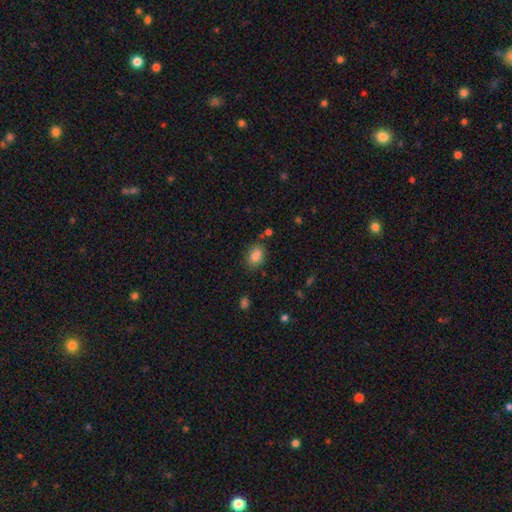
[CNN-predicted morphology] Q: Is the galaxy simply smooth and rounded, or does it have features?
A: smooth — 85%.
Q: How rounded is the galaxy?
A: in between — 73%.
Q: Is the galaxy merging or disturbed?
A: none — 80%.